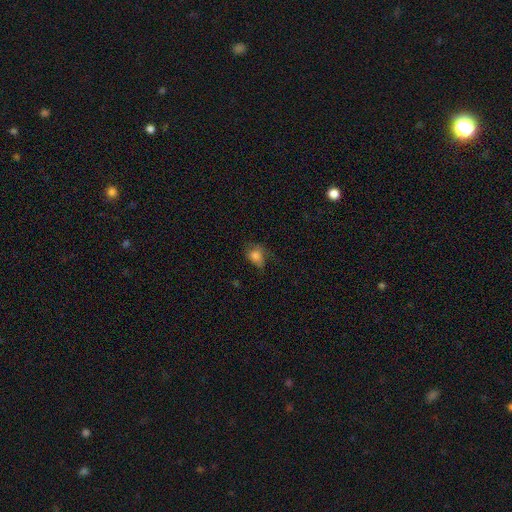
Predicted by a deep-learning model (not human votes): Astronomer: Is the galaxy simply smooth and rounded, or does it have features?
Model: smooth — 74%.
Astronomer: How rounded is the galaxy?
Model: in between — 63%.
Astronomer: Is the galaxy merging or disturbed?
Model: none — 46% (runner-up: minor disturbance, 31%).